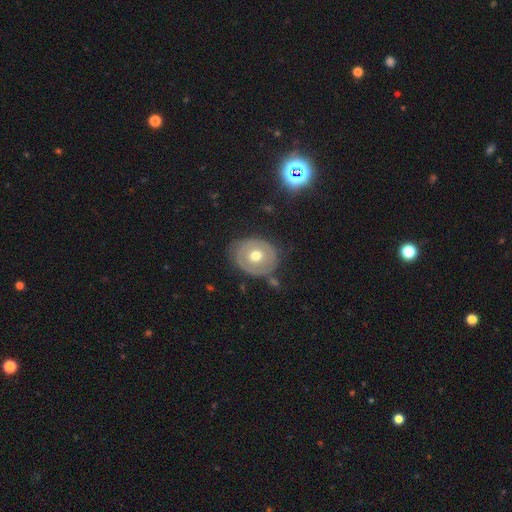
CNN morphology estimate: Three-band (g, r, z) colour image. It shows a featured or disk galaxy (51%). Merging: none (71%).